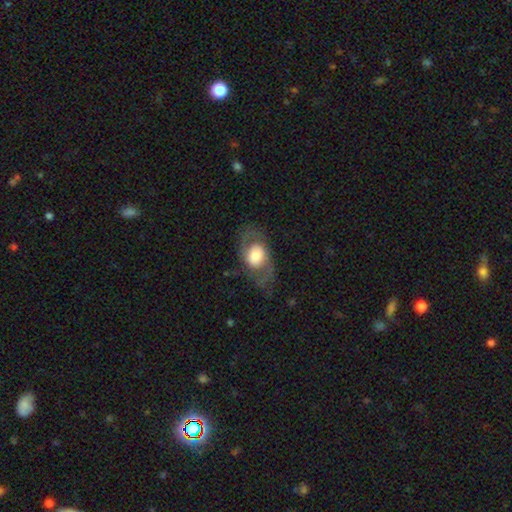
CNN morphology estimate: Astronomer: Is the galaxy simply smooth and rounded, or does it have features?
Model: featured or disk — 56% (runner-up: smooth, 37%).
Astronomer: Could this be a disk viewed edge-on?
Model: no — 92%.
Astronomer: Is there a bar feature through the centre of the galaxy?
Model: no — 73%.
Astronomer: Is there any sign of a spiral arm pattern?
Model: yes — 68%.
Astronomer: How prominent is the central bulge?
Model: large — 44% (runner-up: moderate, 34%).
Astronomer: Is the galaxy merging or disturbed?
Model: none — 67%.